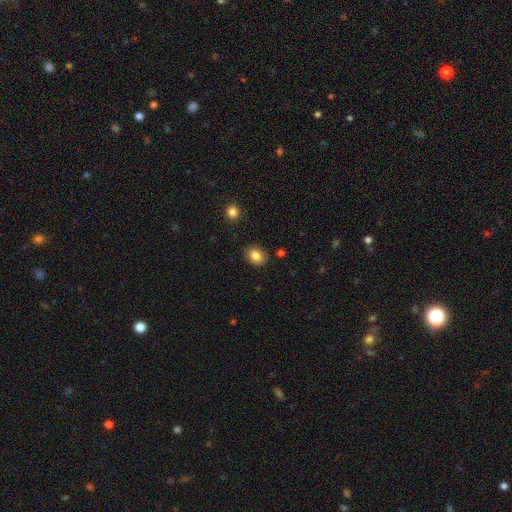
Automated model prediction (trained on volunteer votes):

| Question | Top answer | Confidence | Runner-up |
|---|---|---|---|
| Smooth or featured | smooth | 84% | star or artifact (9%) |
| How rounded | round | 55% | in between (44%) |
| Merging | none | 86% | minor disturbance (10%) |